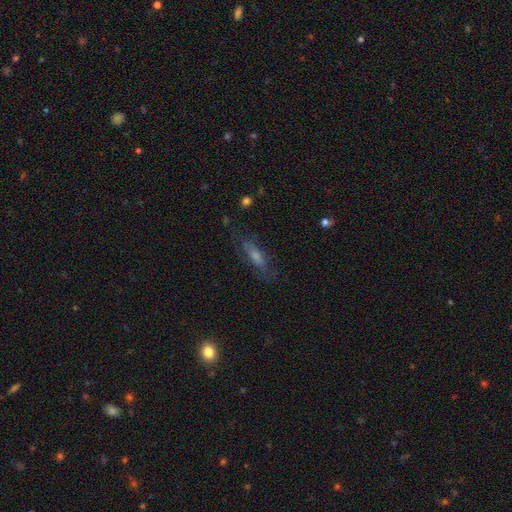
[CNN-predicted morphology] Overall: featured or disk (44%; smooth 39%). Merging: none (75%).